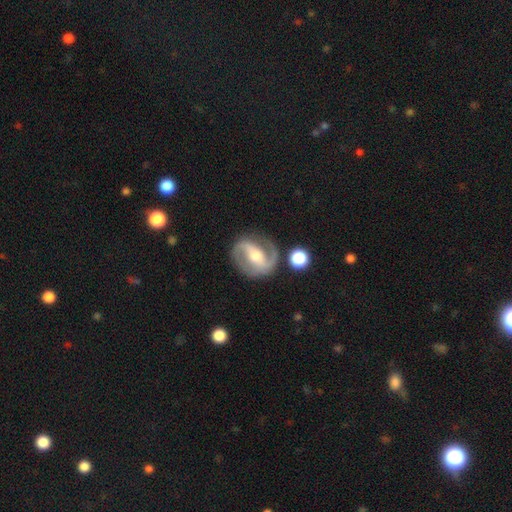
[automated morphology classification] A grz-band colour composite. It shows a featured or disk galaxy (87%) with a strong bar (54%), 2 (89%) medium (52%) spiral arms (94%) and a moderate central bulge (66%). Merging: none (80%).